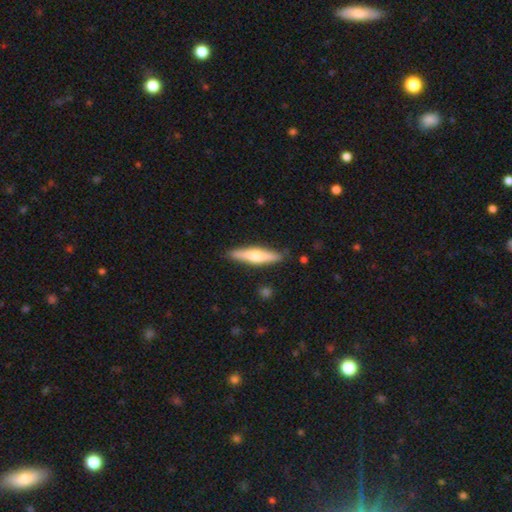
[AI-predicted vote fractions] A featured or disk galaxy (50%) viewed edge-on (94%).

Vote fractions:
- Smooth or featured? featured or disk: 50% / smooth: 44% / star or artifact: 5%
- Edge-on disk? yes: 94% / no: 6%
- Merging? none: 88% / minor disturbance: 9% / major disturbance: 2% / merger: 1%